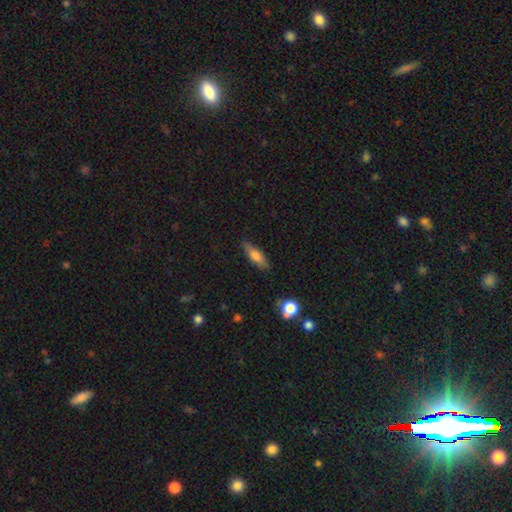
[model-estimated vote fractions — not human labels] Smooth or featured?
  - smooth: 67% *
  - featured or disk: 25%
  - star or artifact: 7%
How rounded?
  - cigar-shaped: 54% *
  - in between: 43%
  - round: 3%
Merging?
  - none: 82% *
  - minor disturbance: 13%
  - major disturbance: 3%
  - merger: 2%